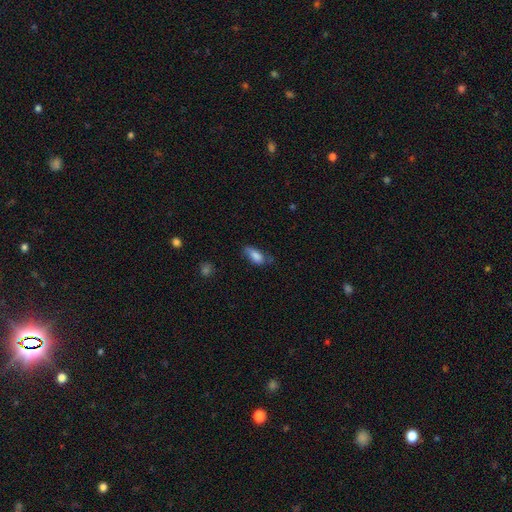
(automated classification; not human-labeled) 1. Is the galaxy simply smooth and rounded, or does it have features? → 75% smooth, 17% featured or disk, 8% star or artifact.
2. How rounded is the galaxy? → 83% in between, 13% cigar-shaped, 3% round.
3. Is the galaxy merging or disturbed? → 52% none, 33% minor disturbance, 12% major disturbance, 3% merger.